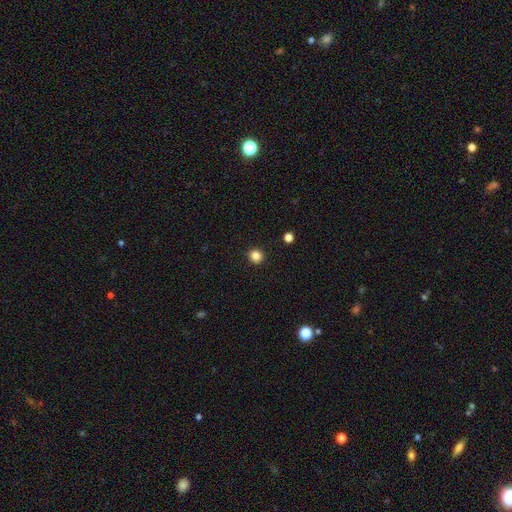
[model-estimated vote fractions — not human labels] Smooth or featured? Predicted: smooth (p=0.84). How rounded? Predicted: round (p=0.90). Merging? Predicted: none (p=0.92).